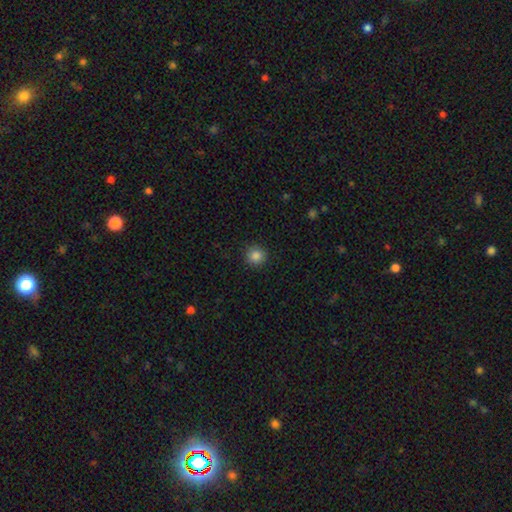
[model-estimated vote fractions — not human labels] This is clearly a smooth galaxy (86%). How rounded: clearly round (94%). Merging: clearly none (91%).